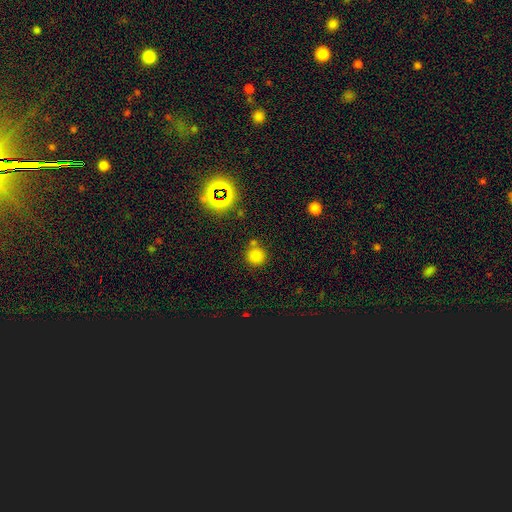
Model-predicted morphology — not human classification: Q: Smooth or featured?
A: smooth (77%); runner-up: star or artifact (18%)
Q: How rounded?
A: round (93%); runner-up: in between (6%)
Q: Merging?
A: none (74%); runner-up: merger (13%)